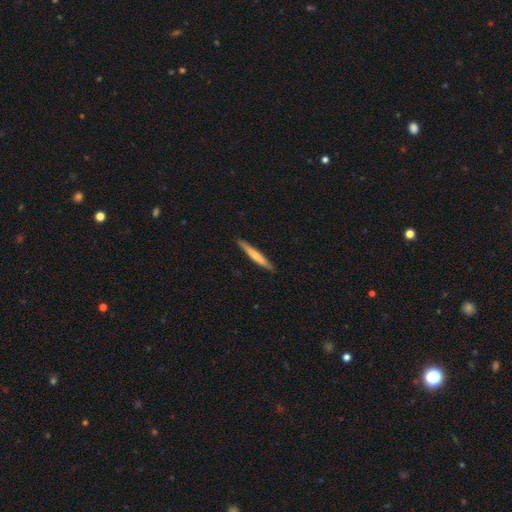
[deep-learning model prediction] Smooth or featured?
  - smooth: 60% *
  - featured or disk: 35%
  - star or artifact: 5%
How rounded?
  - cigar-shaped: 96% *
  - in between: 3%
  - round: 1%
Merging?
  - none: 90% *
  - minor disturbance: 7%
  - major disturbance: 1%
  - merger: 1%